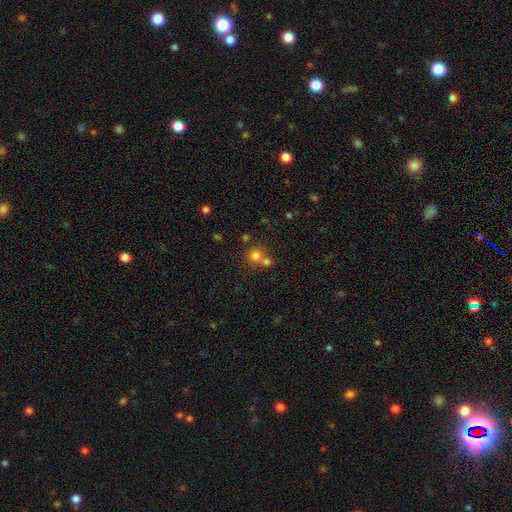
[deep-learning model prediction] smooth_or_featured: smooth (p=0.75) [alt: star or artifact p=0.16]
how_rounded: round (p=0.89) [alt: in between p=0.10]
merging: none (p=0.50) [alt: merger p=0.41]